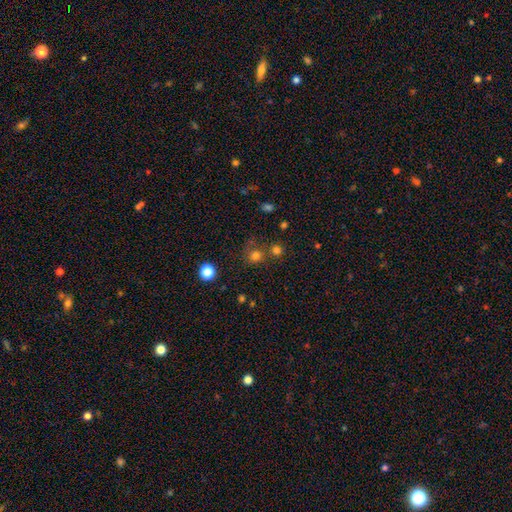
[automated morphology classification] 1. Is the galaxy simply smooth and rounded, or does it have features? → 74% smooth, 20% star or artifact, 6% featured or disk.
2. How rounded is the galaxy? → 89% round, 10% in between, 1% cigar-shaped.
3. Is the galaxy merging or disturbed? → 69% none, 17% merger, 10% minor disturbance, 5% major disturbance.